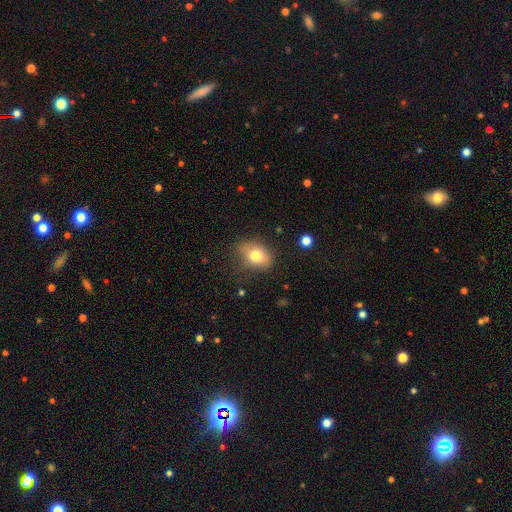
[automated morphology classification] Smooth or featured: smooth — 75% (featured or disk — 15%)
How rounded: in between — 70% (round — 29%)
Merging: none — 72% (minor disturbance — 20%)